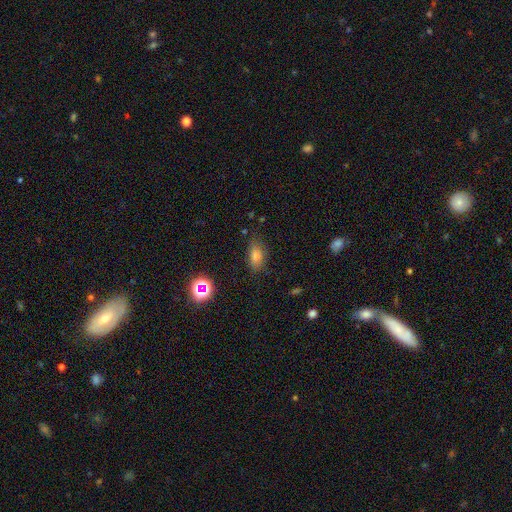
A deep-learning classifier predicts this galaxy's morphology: Smooth or featured? smooth (72%)
How rounded? in between (83%)
Merging? none (76%)